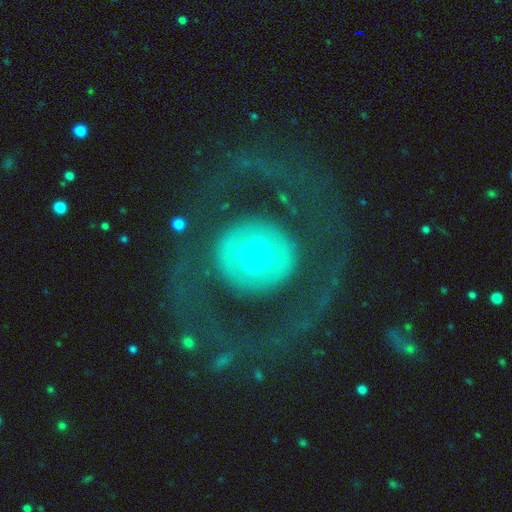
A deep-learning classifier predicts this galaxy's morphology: The model was most divided on "spiral arms": no: 56%, yes: 44%. More confident: edge-on disk — no (95%); bar — no (69%); merging — none (65%); bulge size — moderate (62%); smooth or featured — featured or disk (53%).